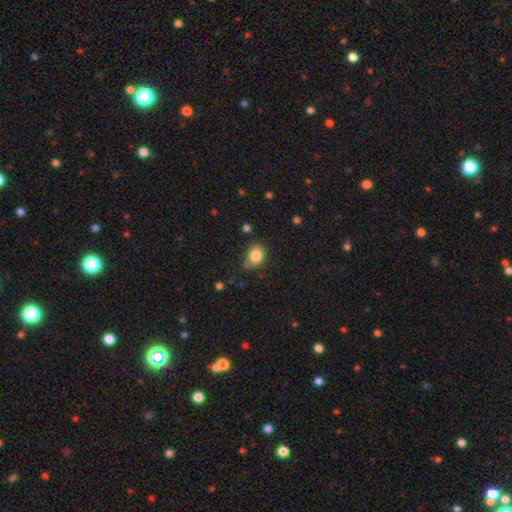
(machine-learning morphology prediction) Overall: smooth (85%). How rounded: round (58%; in between 41%). Merging: none (75%).